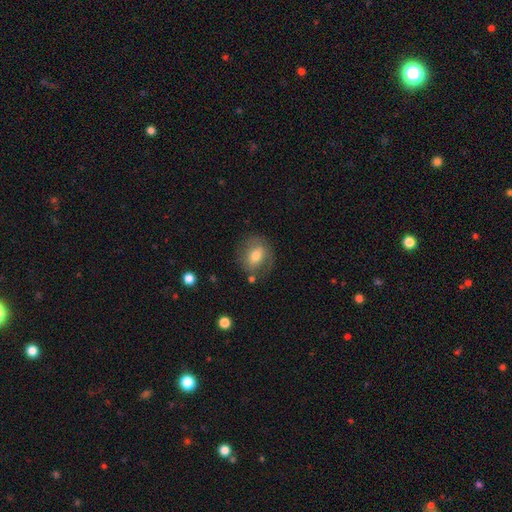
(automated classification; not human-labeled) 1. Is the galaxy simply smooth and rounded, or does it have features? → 60% smooth, 31% featured or disk, 8% star or artifact.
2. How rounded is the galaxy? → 52% round, 46% in between, 1% cigar-shaped.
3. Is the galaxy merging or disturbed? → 69% none, 19% minor disturbance, 8% major disturbance, 4% merger.